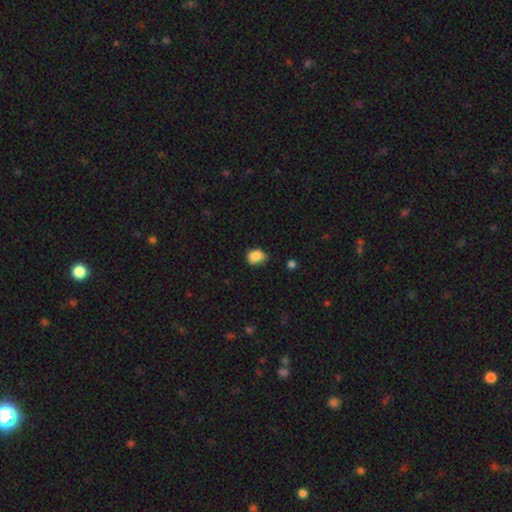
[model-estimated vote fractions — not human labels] This is clearly a smooth galaxy (82%). How rounded: possibly in between (55%). Merging: possibly none (48%).